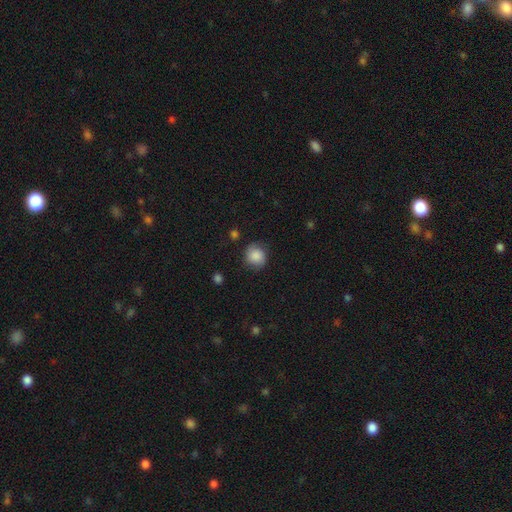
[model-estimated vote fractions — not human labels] smooth 84%, star or artifact 8%, featured or disk 8%. Down the decision tree: how rounded — round (86%); merging — none (77%).